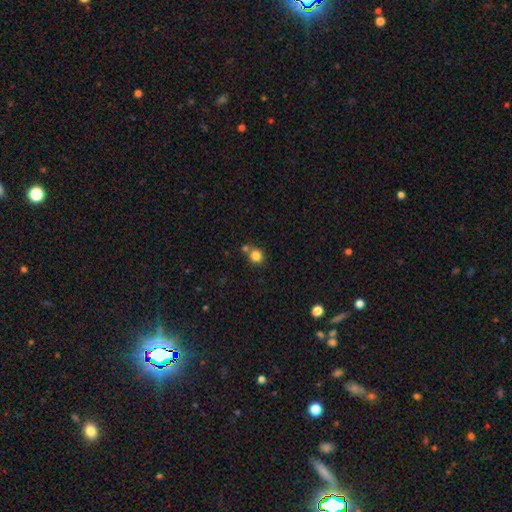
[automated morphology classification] Smooth or featured? Predicted: smooth (p=0.83). How rounded? Predicted: round (p=0.85). Merging? Predicted: none (p=0.62).